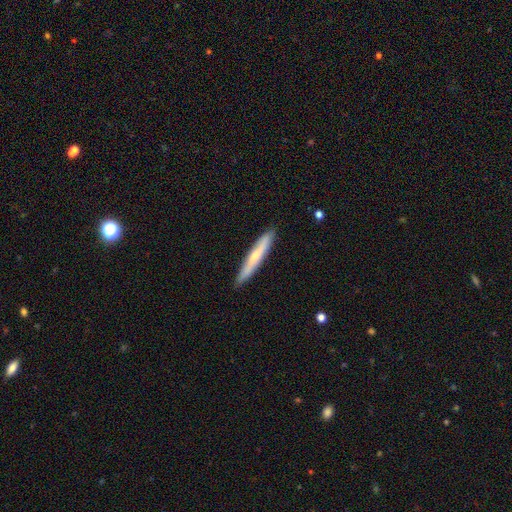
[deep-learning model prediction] smooth 57%, featured or disk 38%, star or artifact 5%. Down the decision tree: how rounded — cigar-shaped (94%); merging — none (90%).